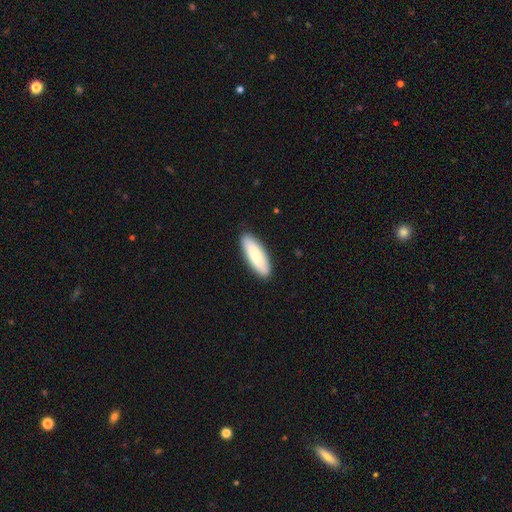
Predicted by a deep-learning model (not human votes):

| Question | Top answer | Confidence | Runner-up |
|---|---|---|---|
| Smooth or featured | smooth | 81% | featured or disk (14%) |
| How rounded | in between | 52% | cigar-shaped (46%) |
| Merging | none | 88% | minor disturbance (9%) |